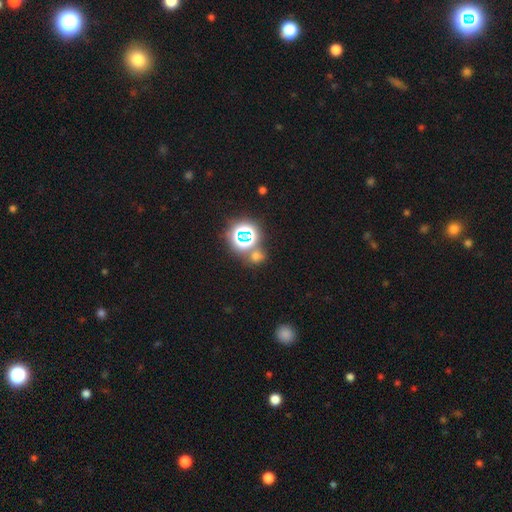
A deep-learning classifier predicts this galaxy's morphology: This is possibly a smooth galaxy (47%). Merging: likely none (65%).